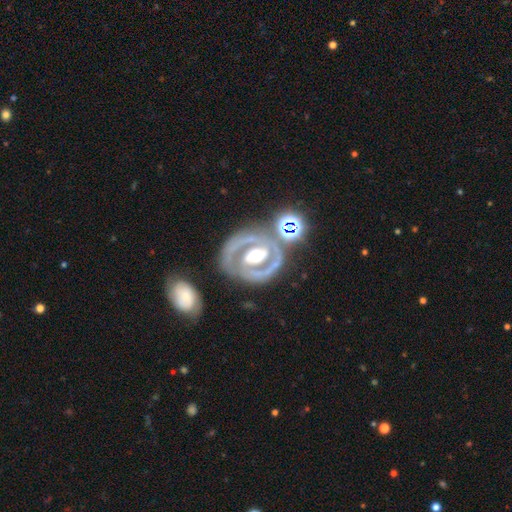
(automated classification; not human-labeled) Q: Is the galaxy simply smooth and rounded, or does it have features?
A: featured or disk — 81%.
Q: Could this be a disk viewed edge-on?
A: no — 96%.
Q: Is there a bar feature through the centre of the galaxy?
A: strong — 39%.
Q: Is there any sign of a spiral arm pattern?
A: yes — 61%.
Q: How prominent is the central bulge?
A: moderate — 68%.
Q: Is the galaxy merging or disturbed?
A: none — 66%.